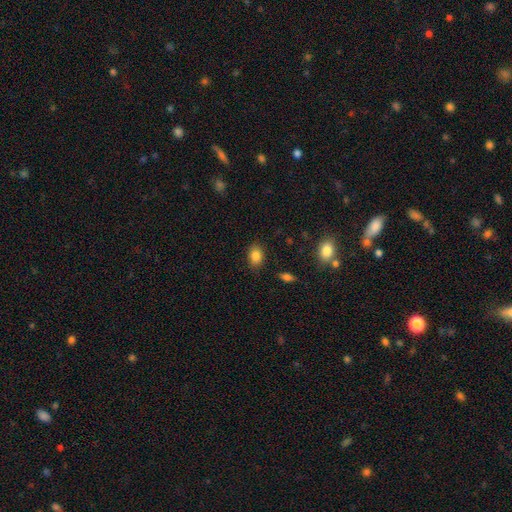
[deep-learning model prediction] Smooth or featured?
  - smooth: 85% *
  - star or artifact: 9%
  - featured or disk: 6%
How rounded?
  - in between: 73% *
  - round: 26%
  - cigar-shaped: 1%
Merging?
  - none: 85% *
  - minor disturbance: 10%
  - major disturbance: 3%
  - merger: 1%